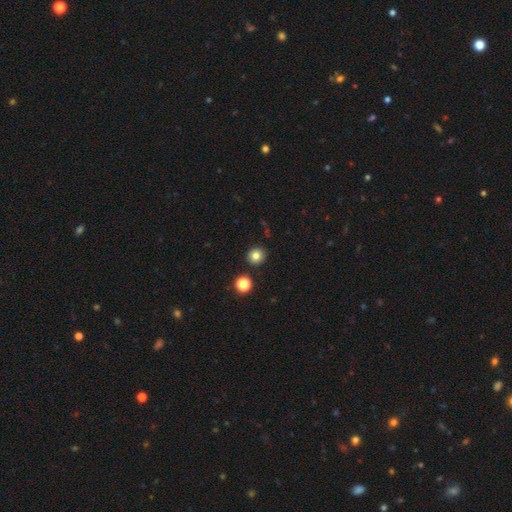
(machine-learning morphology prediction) Smooth or featured? Predicted: smooth (p=0.81). How rounded? Predicted: round (p=0.90). Merging? Predicted: none (p=0.89).